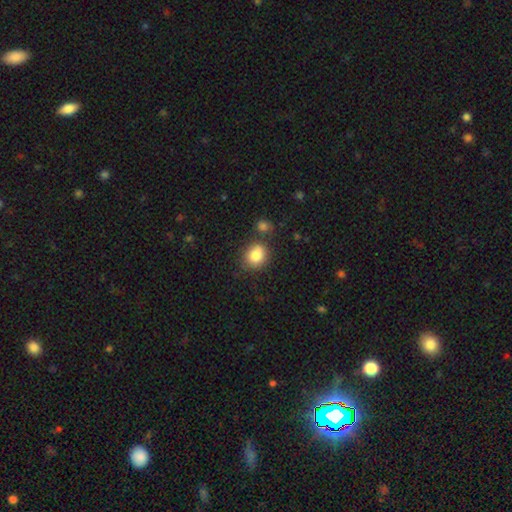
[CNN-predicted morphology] The model was most divided on "how rounded": round: 73%, in between: 26%, cigar-shaped: 1%. More confident: smooth or featured — smooth (83%); merging — none (72%).